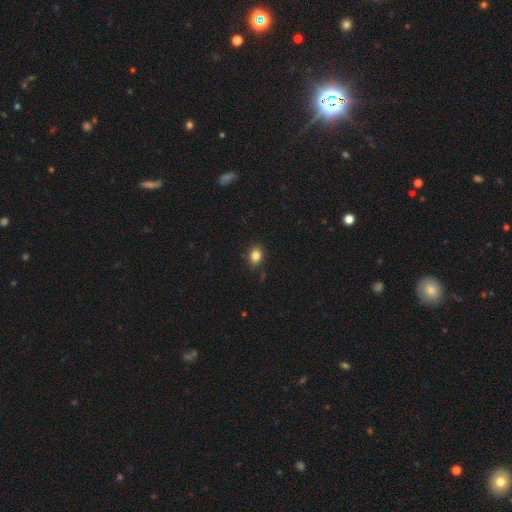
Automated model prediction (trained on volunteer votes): smooth_or_featured: smooth (p=0.84) [alt: star or artifact p=0.10]
how_rounded: in between (p=0.64) [alt: round p=0.35]
merging: none (p=0.85) [alt: minor disturbance p=0.11]